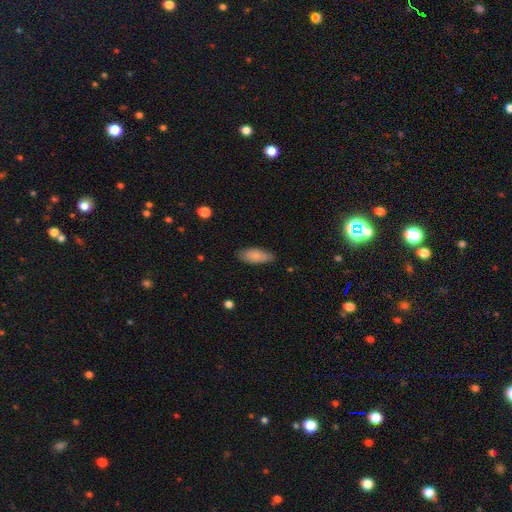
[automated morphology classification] Smooth or featured?
  - smooth: 85% *
  - featured or disk: 9%
  - star or artifact: 6%
How rounded?
  - in between: 80% *
  - cigar-shaped: 18%
  - round: 2%
Merging?
  - none: 82% *
  - minor disturbance: 15%
  - major disturbance: 3%
  - merger: 1%